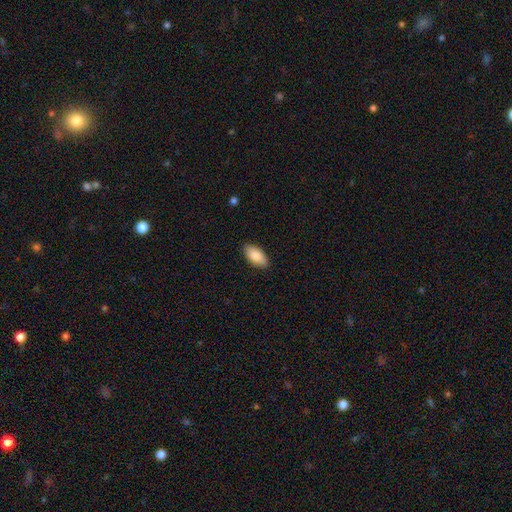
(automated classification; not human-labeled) Smooth or featured: smooth — 87% (featured or disk — 7%)
How rounded: in between — 92% (cigar-shaped — 5%)
Merging: none — 87% (minor disturbance — 10%)